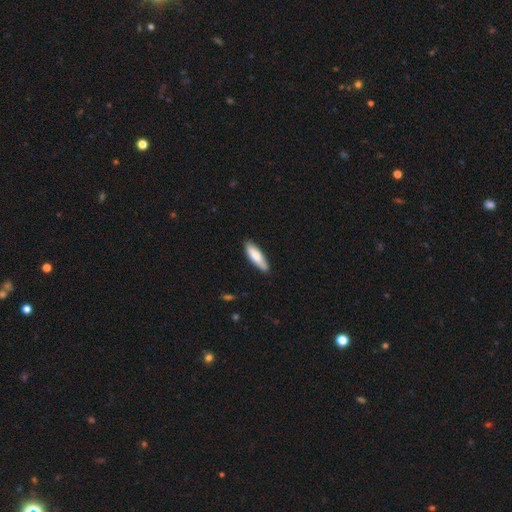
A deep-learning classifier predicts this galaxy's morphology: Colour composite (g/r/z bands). It shows a smooth galaxy with no disk features (77%) that is cigar-shaped (60%). Merging: none (84%).